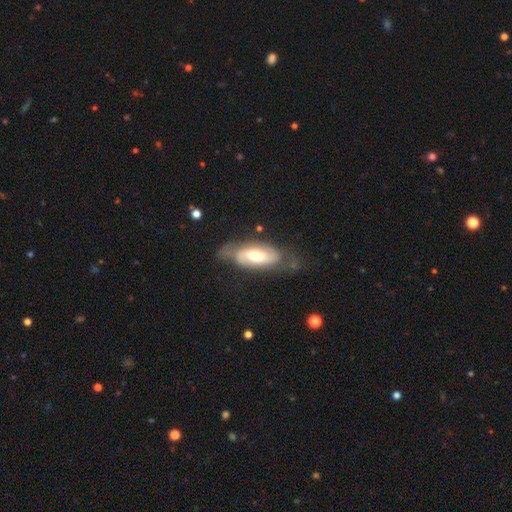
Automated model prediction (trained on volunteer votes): A featured or disk galaxy (57%).

Vote fractions:
- Smooth or featured? featured or disk: 57% / smooth: 36% / star or artifact: 6%
- Edge-on disk? no: 84% / yes: 16%
- Merging? none: 53% / minor disturbance: 28% / major disturbance: 16% / merger: 3%